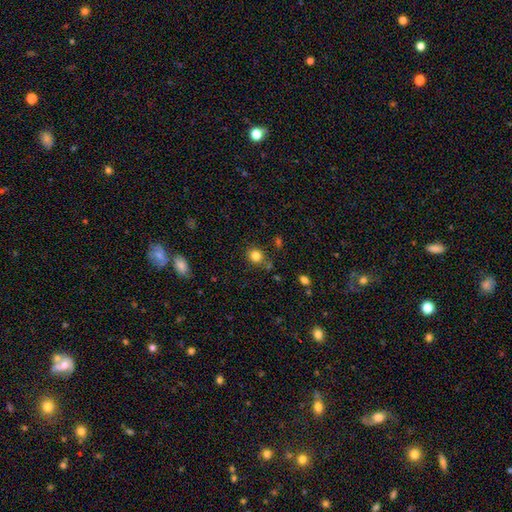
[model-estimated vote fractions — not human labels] Smooth or featured: smooth — 83% (star or artifact — 12%)
How rounded: round — 81% (in between — 18%)
Merging: none — 80% (minor disturbance — 12%)